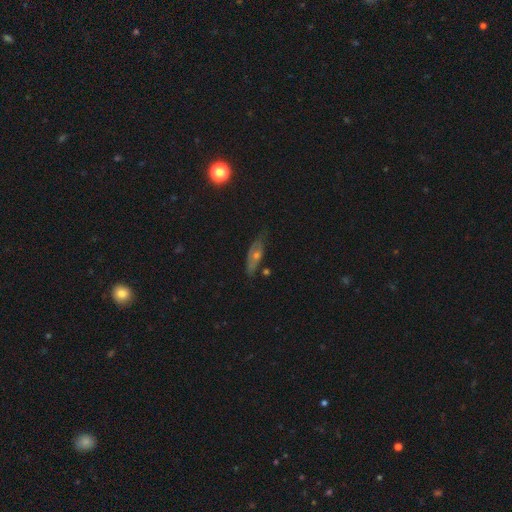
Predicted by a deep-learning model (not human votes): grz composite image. It shows a featured or disk galaxy (51%). Merging: none (70%).